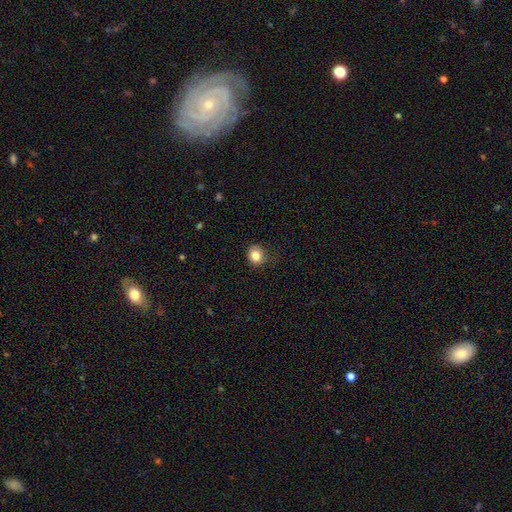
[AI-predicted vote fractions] Smooth or featured? Predicted: smooth (p=0.82). How rounded? Predicted: round (p=0.73). Merging? Predicted: none (p=0.77).